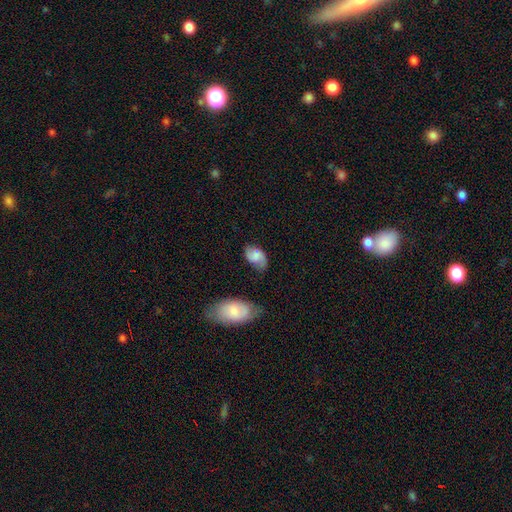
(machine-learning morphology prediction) Smooth or featured? Predicted: smooth (p=0.64). How rounded? Predicted: in between (p=0.90). Merging? Predicted: none (p=0.58).